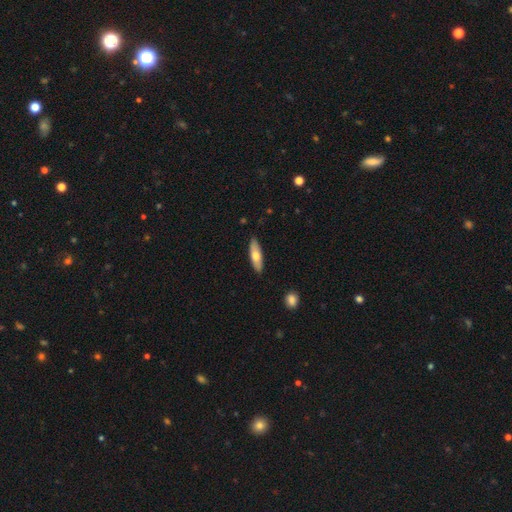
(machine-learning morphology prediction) A smooth galaxy with no disk features (62%) that is cigar-shaped (51%). Merging: none (88%).